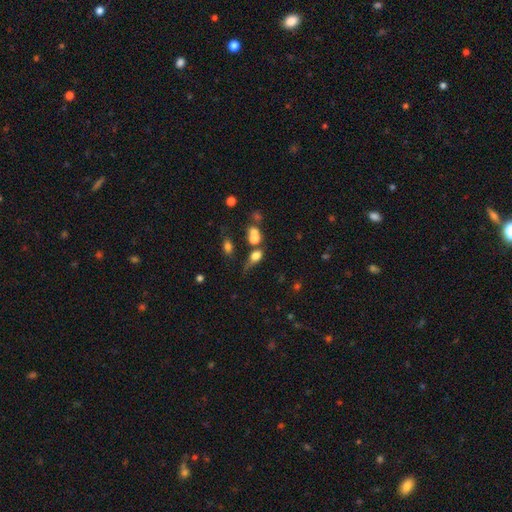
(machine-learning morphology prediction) smooth-or-featured: smooth: 71% | featured or disk: 15% | star or artifact: 14%
  how-rounded: in between: 61% | round: 33% | cigar-shaped: 5%
  merging: none: 35% | merger: 26% | minor disturbance: 21% | major disturbance: 19%